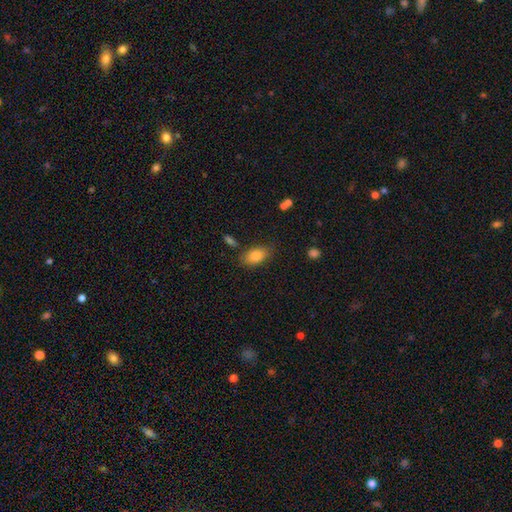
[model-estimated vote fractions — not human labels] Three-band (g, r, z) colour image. It shows a smooth galaxy with no disk features (82%) that is in between round and cigar-shaped (89%). Merging: none (77%).